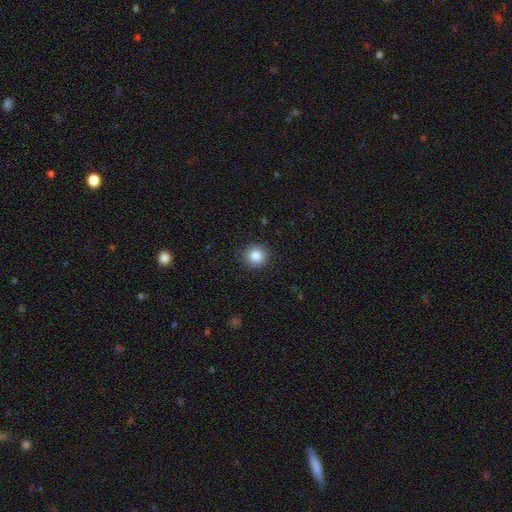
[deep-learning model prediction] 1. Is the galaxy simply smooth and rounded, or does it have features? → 85% smooth, 10% star or artifact, 5% featured or disk.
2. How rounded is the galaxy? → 93% round, 6% in between, 1% cigar-shaped.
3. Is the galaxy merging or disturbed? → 90% none, 7% minor disturbance, 2% major disturbance, 1% merger.